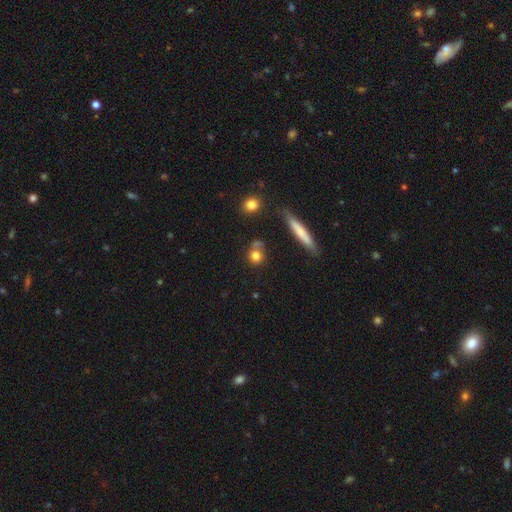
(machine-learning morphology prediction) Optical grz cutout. It shows a smooth galaxy with no disk features (76%) that is round (77%). Merging: none (60%).